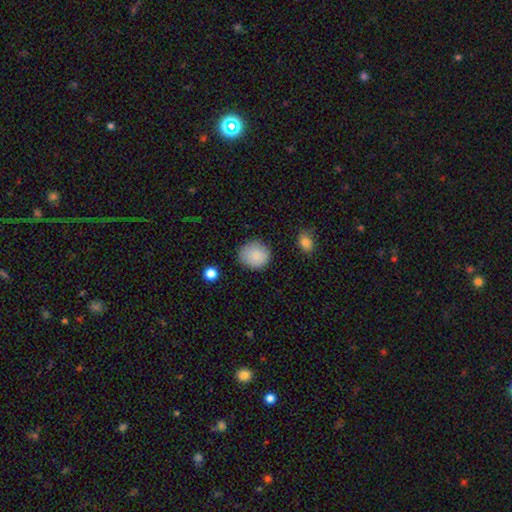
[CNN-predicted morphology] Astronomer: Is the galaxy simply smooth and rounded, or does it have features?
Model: smooth — 87%.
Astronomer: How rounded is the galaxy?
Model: round — 83%.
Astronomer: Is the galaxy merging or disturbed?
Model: none — 82%.